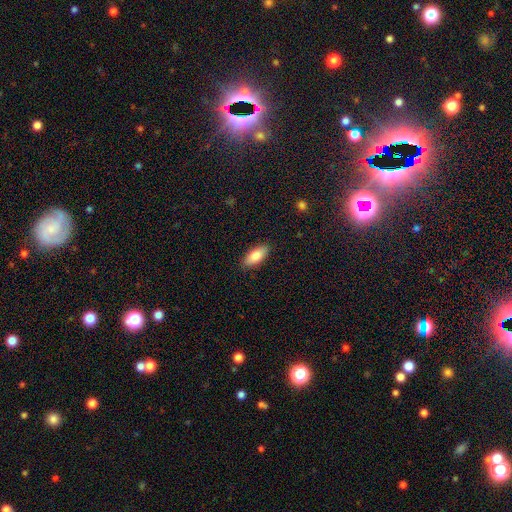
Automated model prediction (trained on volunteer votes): A smooth galaxy with no disk features (83%) that is in between round and cigar-shaped (84%). Merging: none (88%).